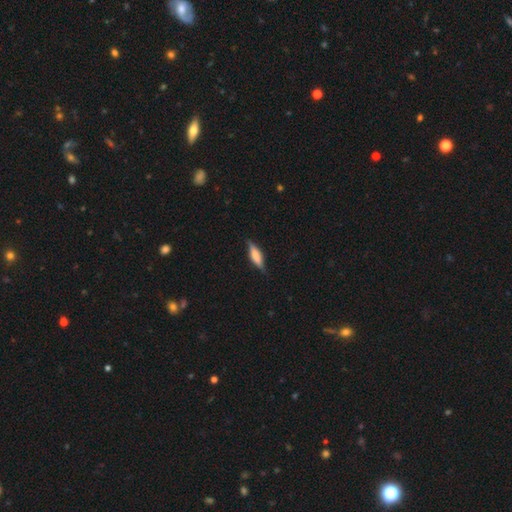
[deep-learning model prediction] This is possibly a smooth galaxy (50%). Merging: clearly none (80%).